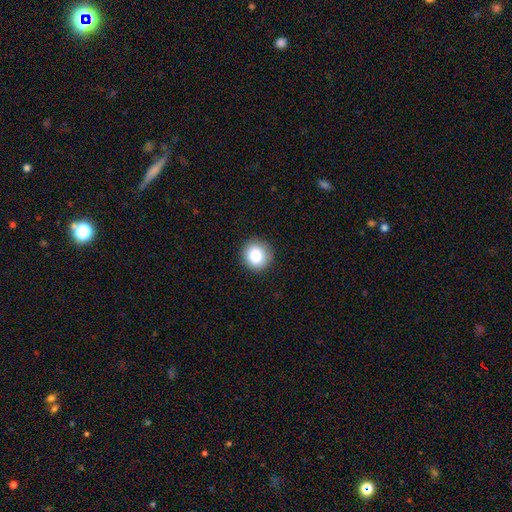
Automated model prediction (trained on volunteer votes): smooth_or_featured: smooth (p=0.86) [alt: star or artifact p=0.09]
how_rounded: round (p=0.90) [alt: in between p=0.09]
merging: none (p=0.90) [alt: minor disturbance p=0.07]